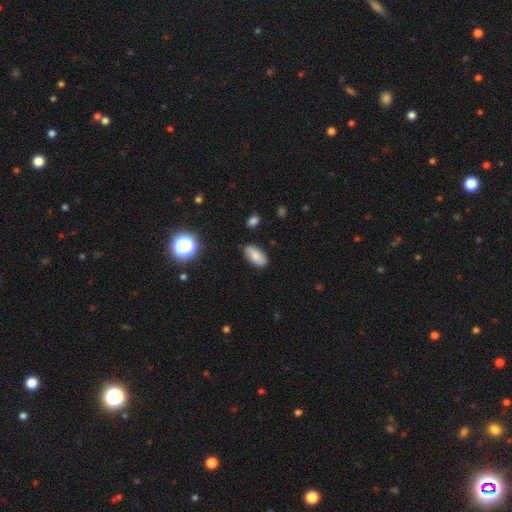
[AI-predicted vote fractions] smooth 82%, featured or disk 10%, star or artifact 8%. Down the decision tree: how rounded — in between (91%); merging — none (83%).